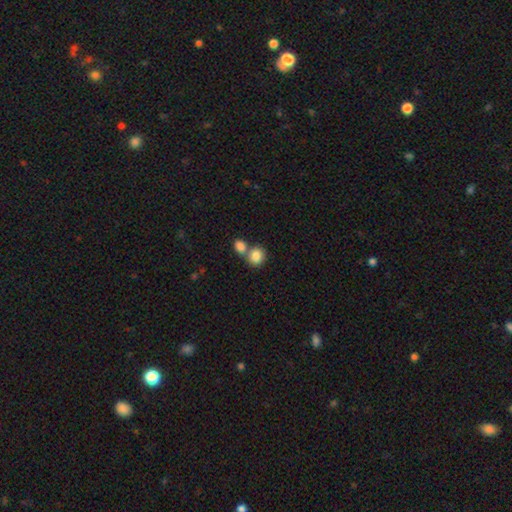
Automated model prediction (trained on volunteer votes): smooth 84%, star or artifact 9%, featured or disk 7%. Down the decision tree: how rounded — round (70%); merging — merger (46%).